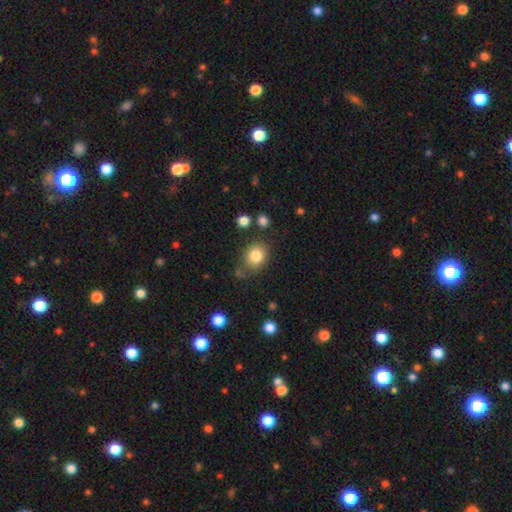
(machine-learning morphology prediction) This is clearly a smooth galaxy (83%). How rounded: possibly round (55%). Merging: likely none (75%).